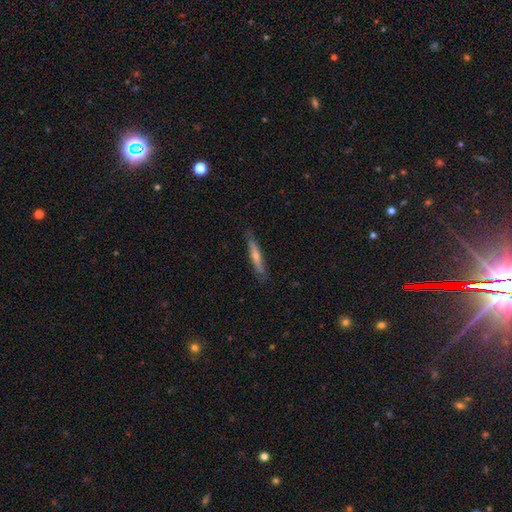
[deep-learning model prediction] smooth 48%, featured or disk 45%, star or artifact 7%. Down the decision tree: merging — none (83%).